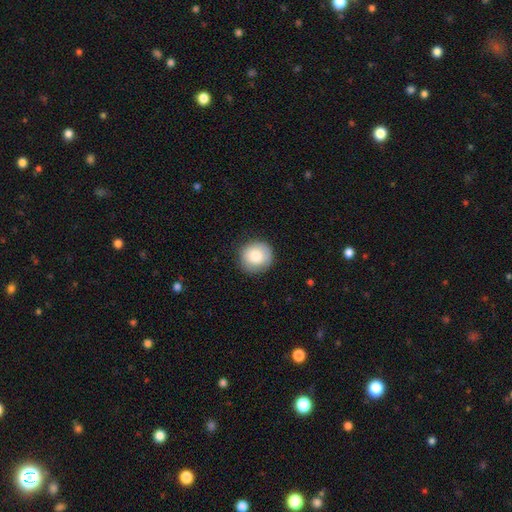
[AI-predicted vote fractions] smooth 82%, featured or disk 10%, star or artifact 7%. Down the decision tree: how rounded — round (90%); merging — none (85%).